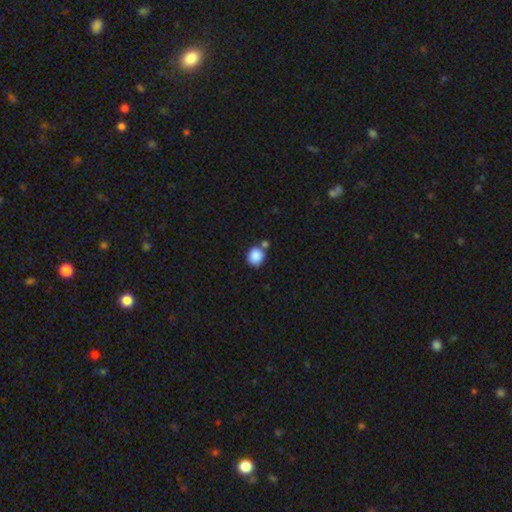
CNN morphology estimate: Smooth or featured: smooth — 87% (star or artifact — 9%)
How rounded: round — 80% (in between — 19%)
Merging: none — 61% (merger — 23%)